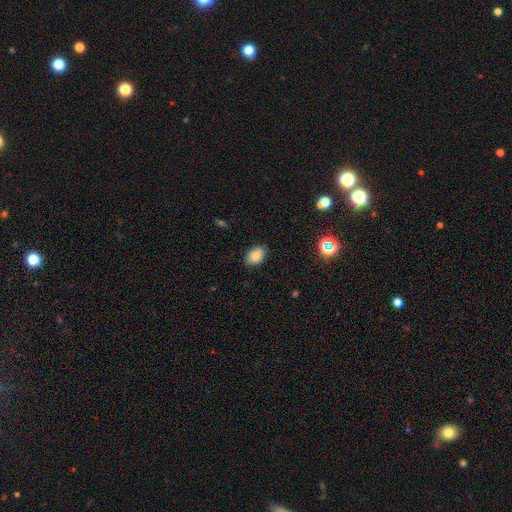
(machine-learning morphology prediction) Q: Smooth or featured?
A: smooth (84%); runner-up: star or artifact (9%)
Q: How rounded?
A: in between (84%); runner-up: round (15%)
Q: Merging?
A: none (83%); runner-up: minor disturbance (13%)